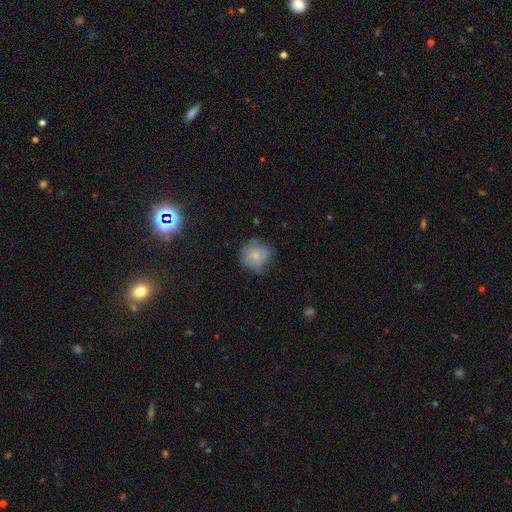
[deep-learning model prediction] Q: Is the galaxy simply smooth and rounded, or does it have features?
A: smooth — 67%.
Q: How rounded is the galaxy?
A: round — 82%.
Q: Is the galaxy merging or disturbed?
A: none — 55%.